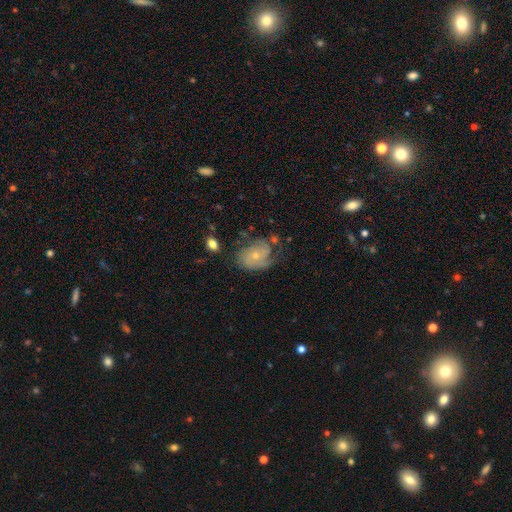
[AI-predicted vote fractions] Smooth or featured? featured or disk (67%)
Edge-on disk? no (97%)
Bar? no (77%)
Spiral arms? yes (87%)
Spiral winding? tight (48%)
Spiral arm count? 2 (34%)
Bulge size? small (64%)
Merging? none (50%)